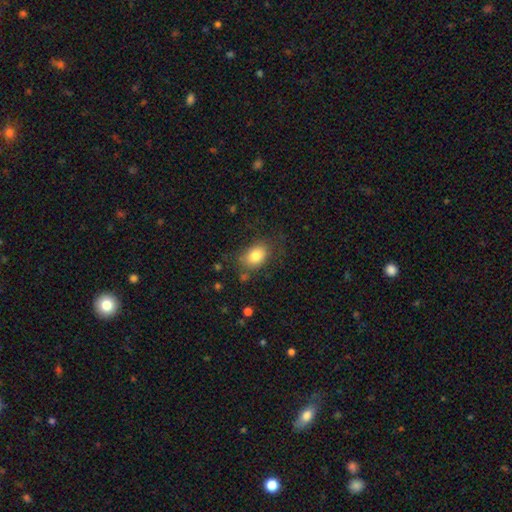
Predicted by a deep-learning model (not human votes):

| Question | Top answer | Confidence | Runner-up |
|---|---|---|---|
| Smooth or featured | smooth | 82% | featured or disk (9%) |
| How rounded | in between | 73% | round (26%) |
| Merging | none | 73% | minor disturbance (17%) |